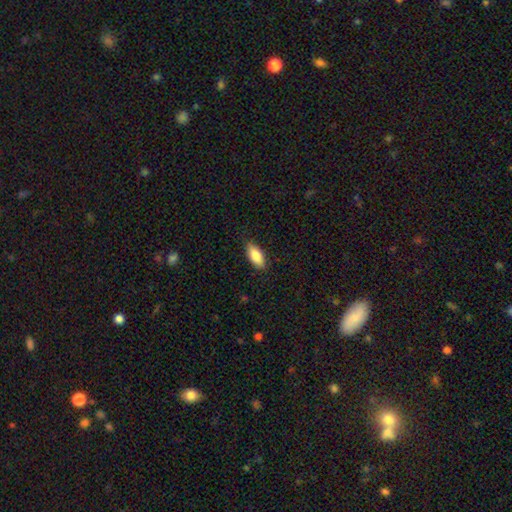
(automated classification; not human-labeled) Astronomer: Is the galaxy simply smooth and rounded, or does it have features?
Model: smooth — 82%.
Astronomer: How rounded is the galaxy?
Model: in between — 82%.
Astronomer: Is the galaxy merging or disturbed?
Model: none — 85%.